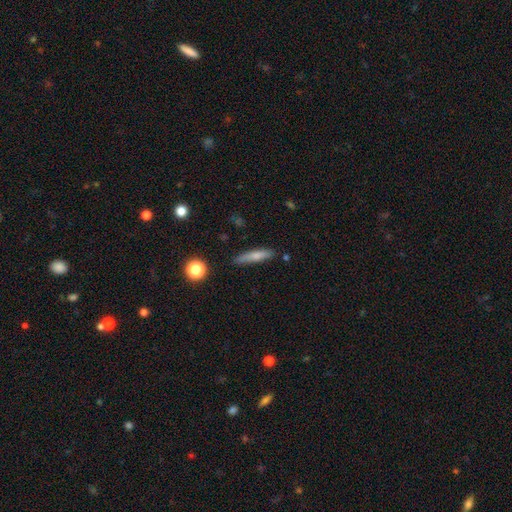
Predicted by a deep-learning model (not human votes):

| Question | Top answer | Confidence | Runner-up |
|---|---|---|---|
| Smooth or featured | smooth | 68% | featured or disk (25%) |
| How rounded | cigar-shaped | 84% | in between (13%) |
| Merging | none | 82% | minor disturbance (13%) |